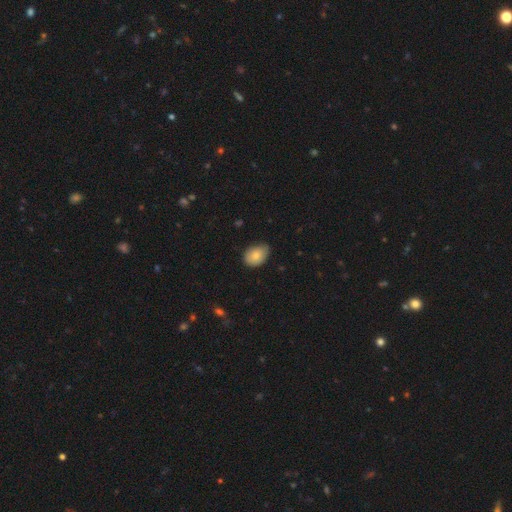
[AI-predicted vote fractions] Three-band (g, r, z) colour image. It shows a smooth galaxy with no disk features (82%) that is in between round and cigar-shaped (75%). Merging: none (66%).